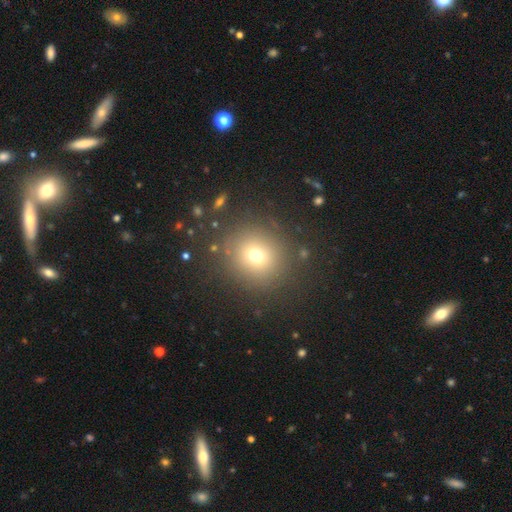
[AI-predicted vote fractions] Smooth or featured: smooth — 70% (star or artifact — 18%)
How rounded: round — 90% (in between — 9%)
Merging: none — 86% (minor disturbance — 8%)